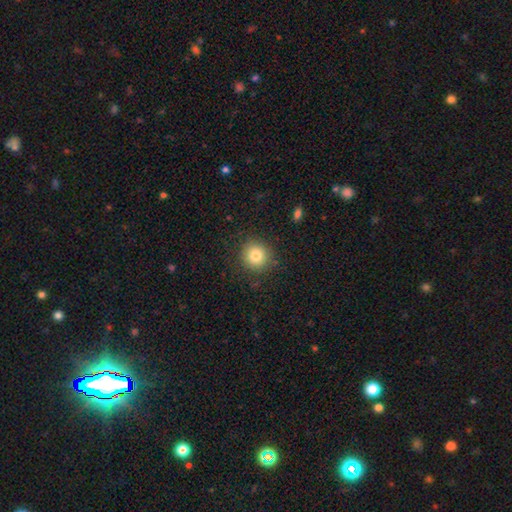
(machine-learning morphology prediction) smooth 81%, star or artifact 11%, featured or disk 8%. Down the decision tree: how rounded — round (92%); merging — none (88%).